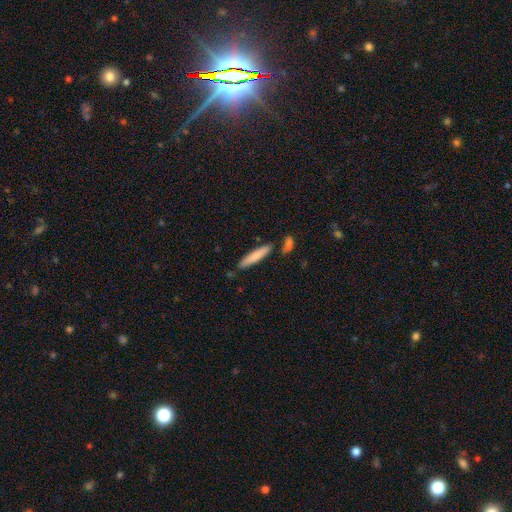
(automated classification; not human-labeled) This appears to be a smooth galaxy with no disk features (75%) that is cigar-shaped (89%). Merging: none (78%).